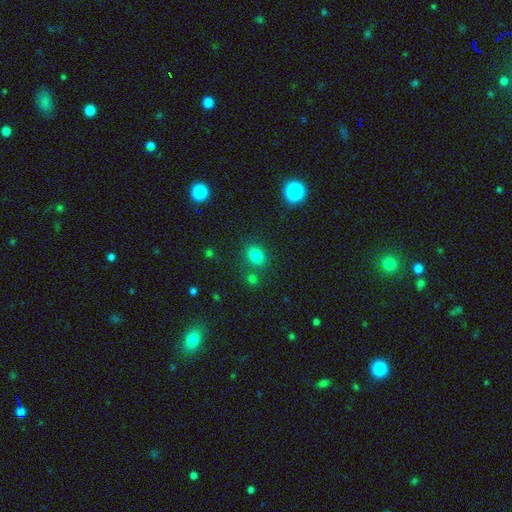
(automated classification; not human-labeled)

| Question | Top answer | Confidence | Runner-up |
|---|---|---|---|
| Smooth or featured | smooth | 80% | star or artifact (14%) |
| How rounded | in between | 54% | round (45%) |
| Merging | none | 76% | minor disturbance (11%) |